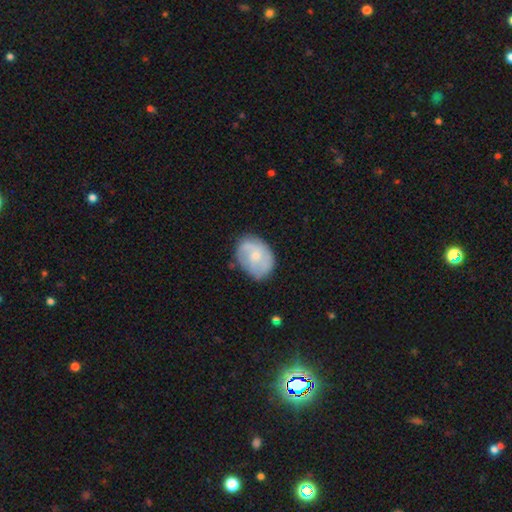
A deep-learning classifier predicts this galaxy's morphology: Smooth or featured?
  - featured or disk: 49% *
  - smooth: 44%
  - star or artifact: 6%
Merging?
  - none: 67% *
  - minor disturbance: 24%
  - major disturbance: 7%
  - merger: 2%